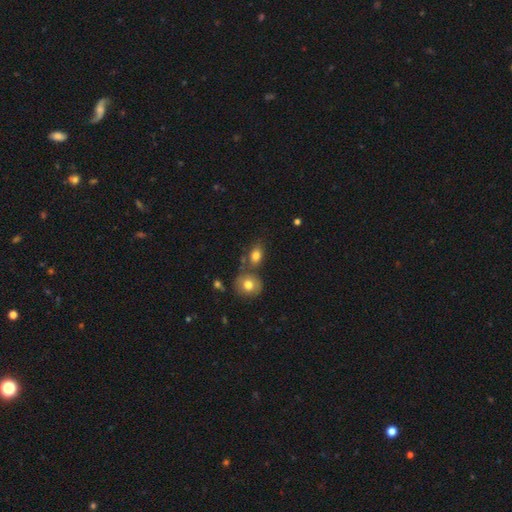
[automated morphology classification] Smooth or featured? Predicted: smooth (p=0.79). How rounded? Predicted: in between (p=0.75). Merging? Predicted: none (p=0.57).